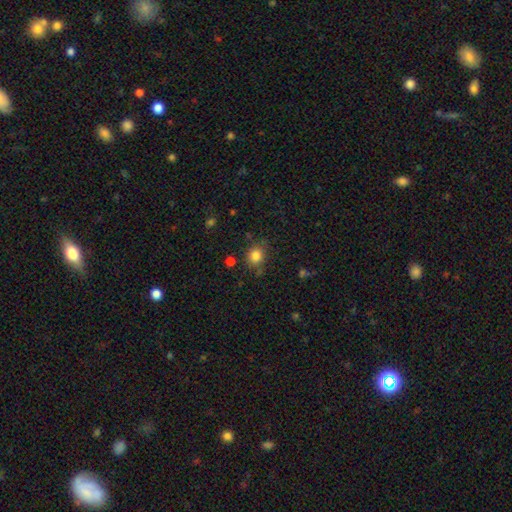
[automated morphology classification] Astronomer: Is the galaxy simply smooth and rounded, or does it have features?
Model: smooth — 83%.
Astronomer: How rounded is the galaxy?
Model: round — 75%.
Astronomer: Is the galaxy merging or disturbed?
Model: none — 76%.